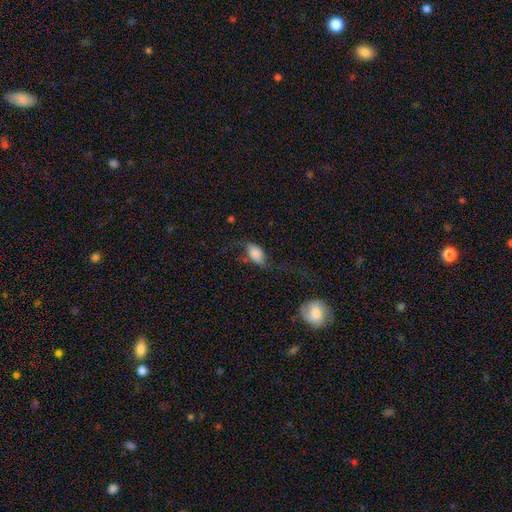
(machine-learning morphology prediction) This appears to be a smooth galaxy with no disk features (76%) that is in between round and cigar-shaped (92%). Merging: none (41%).